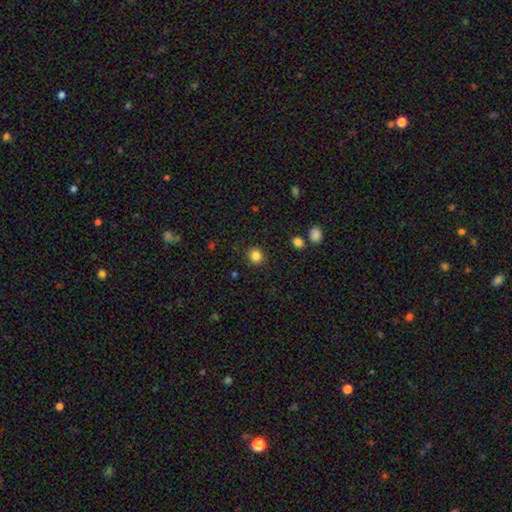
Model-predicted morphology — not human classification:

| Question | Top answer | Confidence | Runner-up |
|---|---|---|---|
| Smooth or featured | smooth | 85% | star or artifact (11%) |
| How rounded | round | 88% | in between (11%) |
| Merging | none | 90% | minor disturbance (6%) |